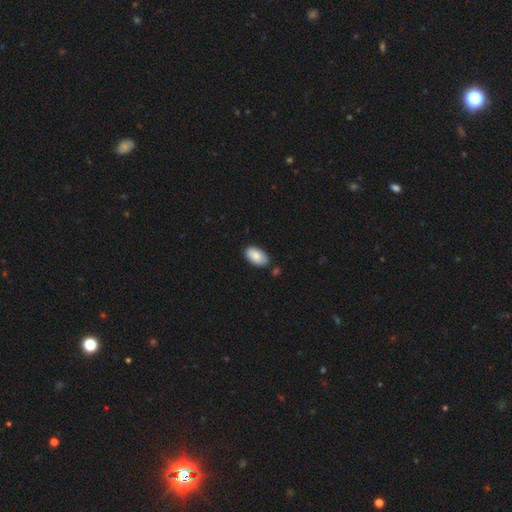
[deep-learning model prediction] Q: Smooth or featured?
A: smooth (85%); runner-up: featured or disk (9%)
Q: How rounded?
A: in between (95%); runner-up: round (3%)
Q: Merging?
A: none (79%); runner-up: minor disturbance (14%)